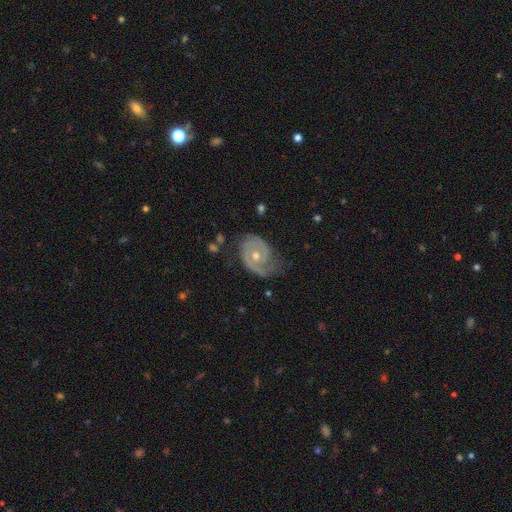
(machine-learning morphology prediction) This appears to be a featured or disk galaxy (86%) with no bar (72%), 2 (59%) tight (57%) spiral arms (94%) and a moderate central bulge (59%). Merging: none (63%).